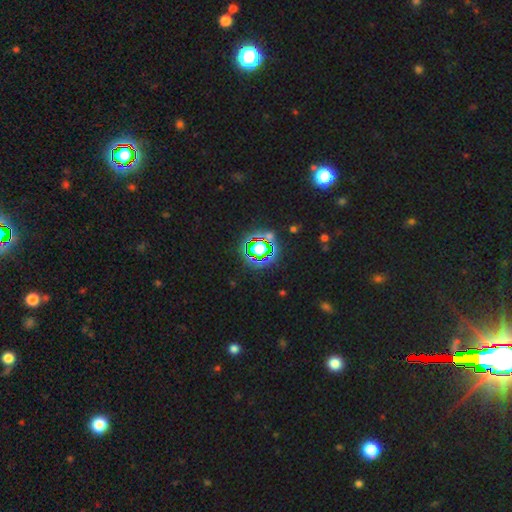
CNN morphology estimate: Smooth or featured?
  - star or artifact: 76% *
  - smooth: 16%
  - featured or disk: 8%